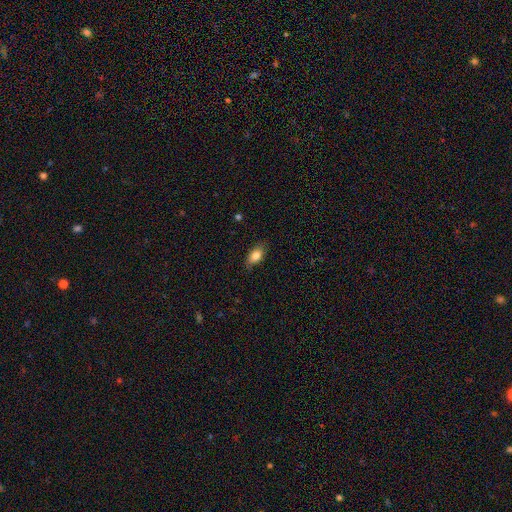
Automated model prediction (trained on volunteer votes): Morphology: type=smooth (82%); roundness=in between (86%); merging=none (79%).